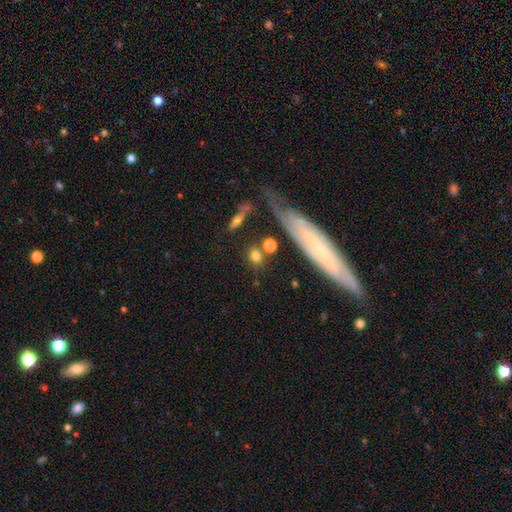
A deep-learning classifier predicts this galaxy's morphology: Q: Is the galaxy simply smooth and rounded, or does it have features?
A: smooth — 77%.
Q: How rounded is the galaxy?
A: round — 71%.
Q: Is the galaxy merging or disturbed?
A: none — 73%.